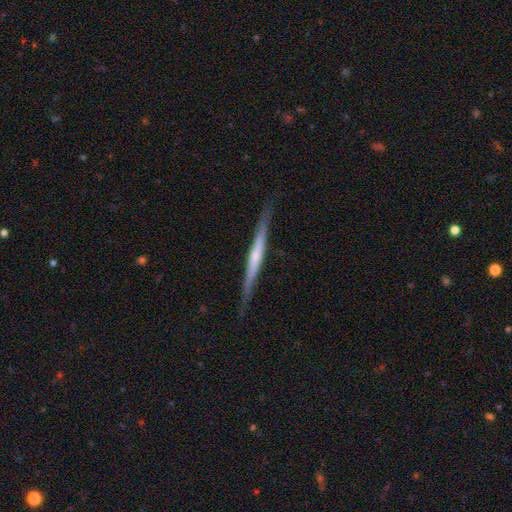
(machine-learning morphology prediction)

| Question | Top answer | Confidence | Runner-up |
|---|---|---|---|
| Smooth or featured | featured or disk | 66% | smooth (29%) |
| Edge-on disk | yes | 97% | no (3%) |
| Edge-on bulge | none | 59% | rounded (30%) |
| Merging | none | 87% | minor disturbance (10%) |